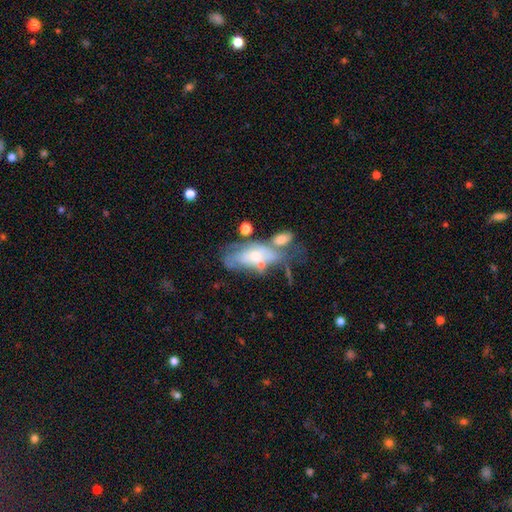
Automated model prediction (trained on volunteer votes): Overall: featured or disk (56%; smooth 36%). Edge-on disk: no (86%). Merging: merger (31%; none 27%).